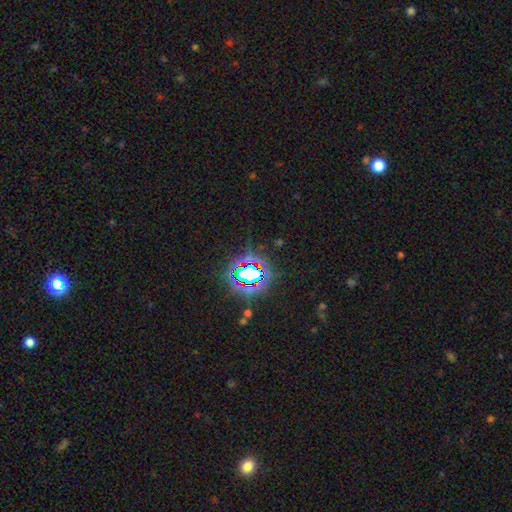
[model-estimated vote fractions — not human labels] Smooth or featured?
  - star or artifact: 80% *
  - smooth: 12%
  - featured or disk: 8%